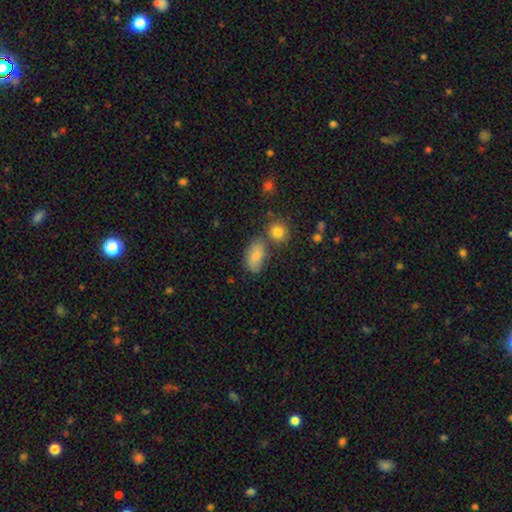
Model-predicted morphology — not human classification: This is likely a smooth galaxy (79%). How rounded: clearly in between (89%). Merging: possibly none (56%).